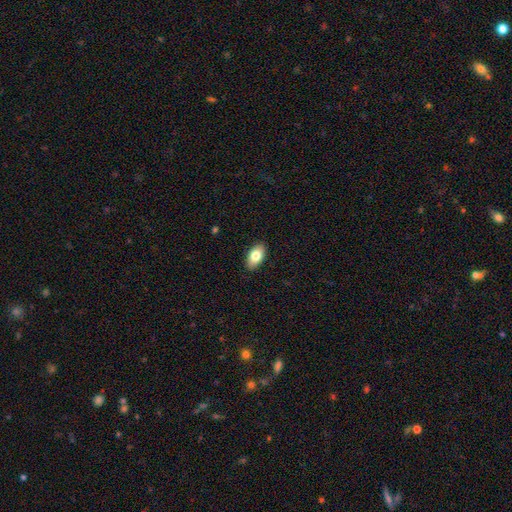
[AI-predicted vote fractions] smooth-or-featured: smooth: 79% | featured or disk: 14% | star or artifact: 7%
  how-rounded: in between: 92% | round: 5% | cigar-shaped: 3%
  merging: none: 89% | minor disturbance: 9% | major disturbance: 2% | merger: 1%